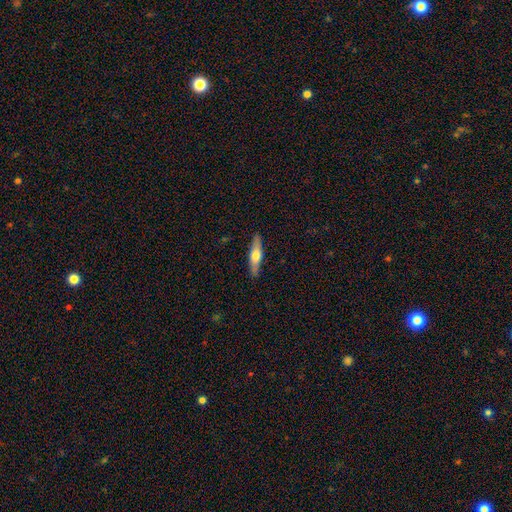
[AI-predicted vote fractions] Overall: smooth (51%; featured or disk 44%). How rounded: cigar-shaped (75%). Merging: none (89%).